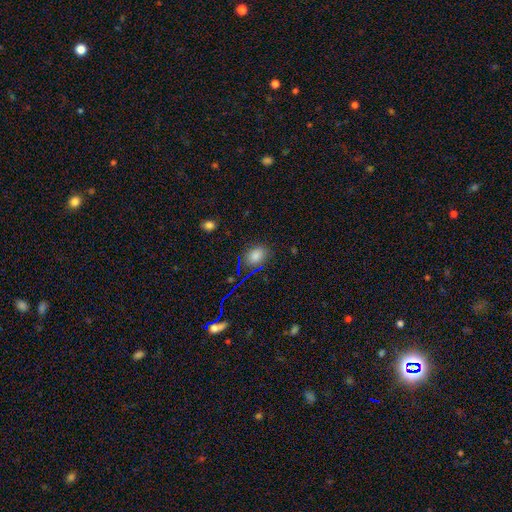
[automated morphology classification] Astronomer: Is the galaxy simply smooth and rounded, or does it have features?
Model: smooth — 73%.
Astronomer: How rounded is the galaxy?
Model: in between — 64%.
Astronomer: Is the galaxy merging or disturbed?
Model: none — 79%.